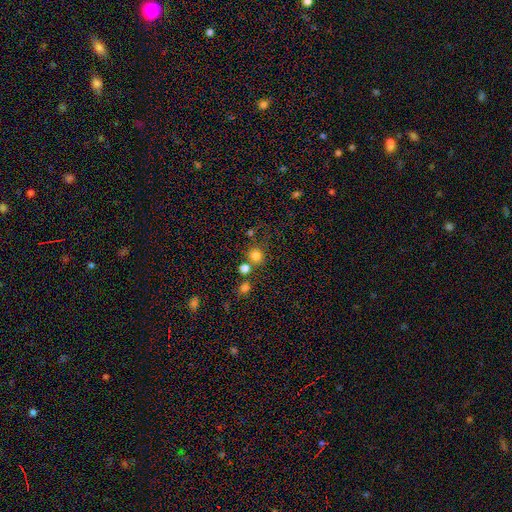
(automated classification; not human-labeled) This is likely a smooth galaxy (79%). How rounded: clearly round (88%). Merging: likely none (68%).